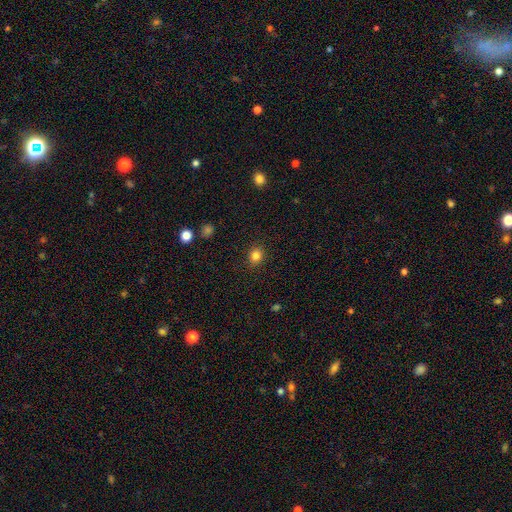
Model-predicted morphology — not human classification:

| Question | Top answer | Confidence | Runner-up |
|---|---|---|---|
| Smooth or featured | smooth | 83% | star or artifact (12%) |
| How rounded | round | 64% | in between (36%) |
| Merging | none | 89% | minor disturbance (8%) |